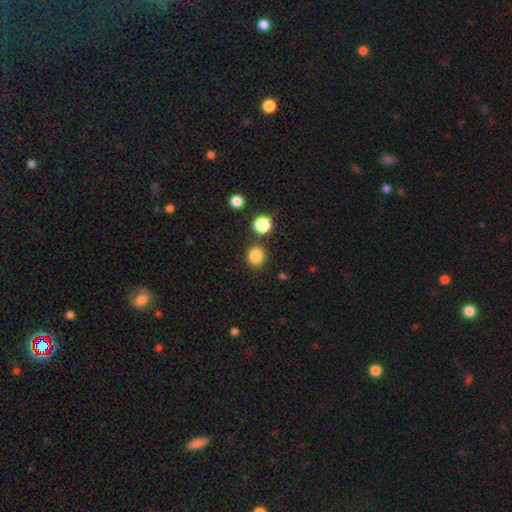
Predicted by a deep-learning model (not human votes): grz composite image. It shows a smooth galaxy with no disk features (84%) that is round (73%). Merging: none (82%).